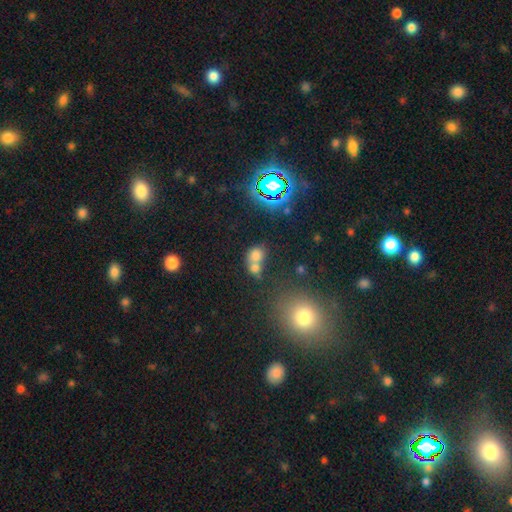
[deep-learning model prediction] smooth 68%, star or artifact 19%, featured or disk 13%. Down the decision tree: how rounded — round (62%); merging — merger (60%).